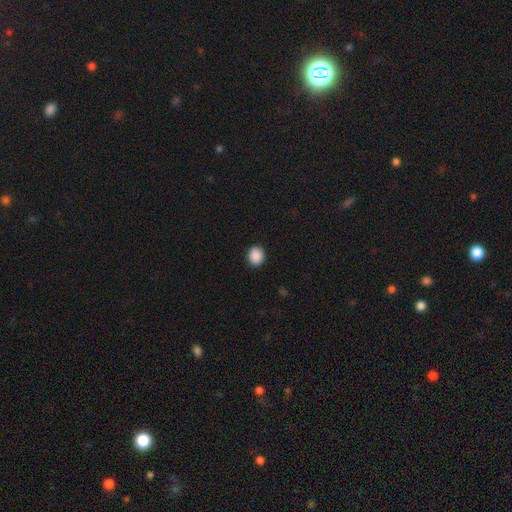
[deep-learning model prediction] smooth 90%, star or artifact 8%, featured or disk 2%. Down the decision tree: how rounded — round (73%); merging — none (91%).